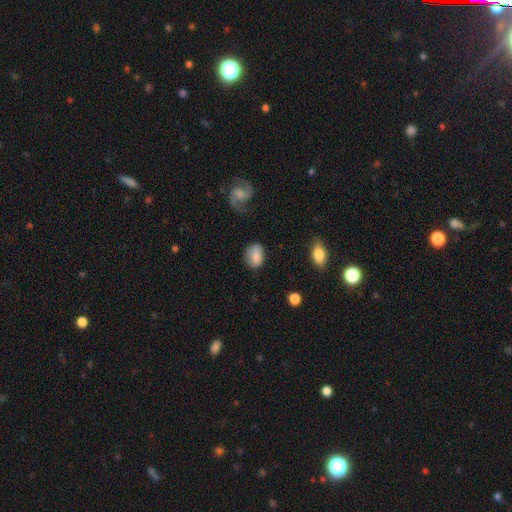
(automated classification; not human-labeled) A smooth galaxy with no disk features (82%) that is in between round and cigar-shaped (79%). Merging: none (69%).